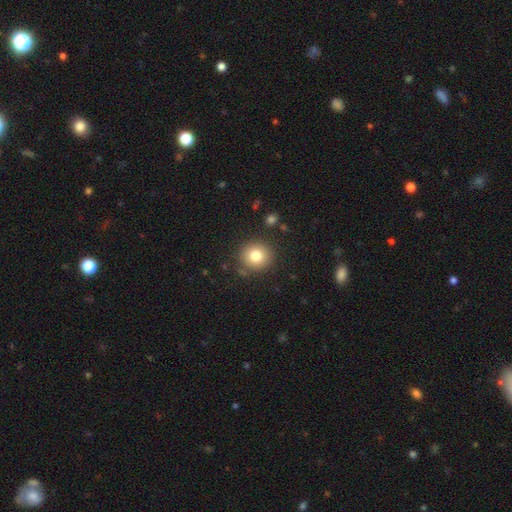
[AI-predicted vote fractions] Morphology: type=smooth (79%); roundness=round (91%); merging=none (87%).